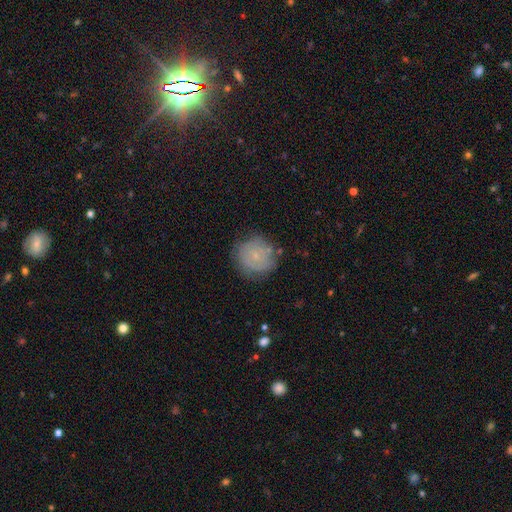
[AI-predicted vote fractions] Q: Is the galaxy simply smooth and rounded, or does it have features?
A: smooth — 56%.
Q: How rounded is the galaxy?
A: round — 90%.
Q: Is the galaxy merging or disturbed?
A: none — 72%.